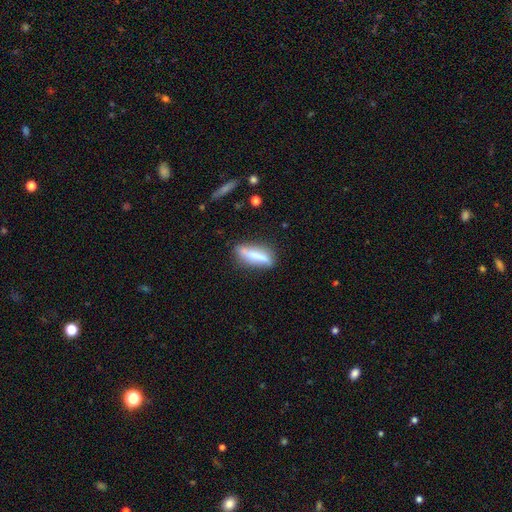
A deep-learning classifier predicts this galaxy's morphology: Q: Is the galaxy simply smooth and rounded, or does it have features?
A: smooth — 64%.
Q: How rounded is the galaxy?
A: cigar-shaped — 65%.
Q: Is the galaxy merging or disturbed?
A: none — 70%.